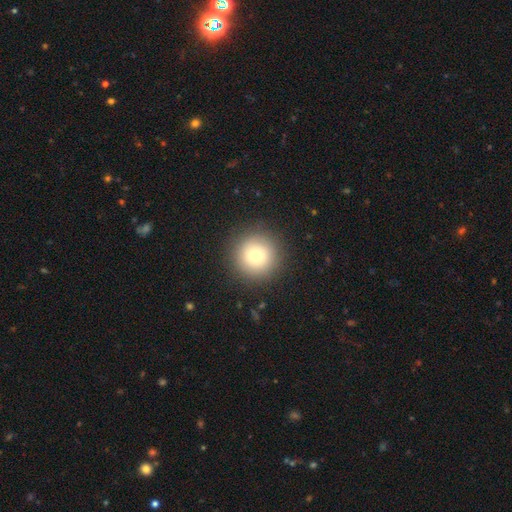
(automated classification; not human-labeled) Smooth or featured? Predicted: smooth (p=0.77). How rounded? Predicted: round (p=0.96). Merging? Predicted: none (p=0.90).